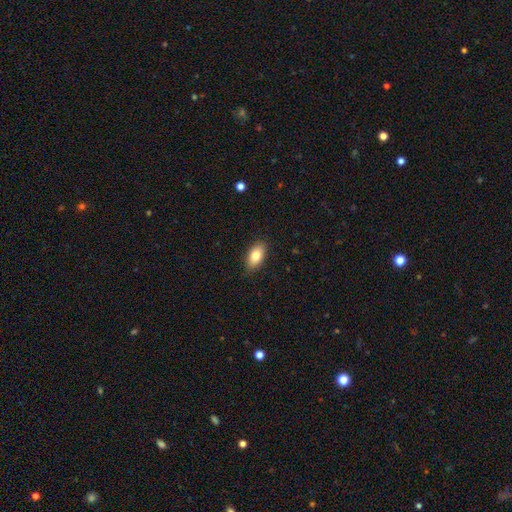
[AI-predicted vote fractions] This is clearly a smooth galaxy (81%). How rounded: clearly in between (91%). Merging: clearly none (87%).